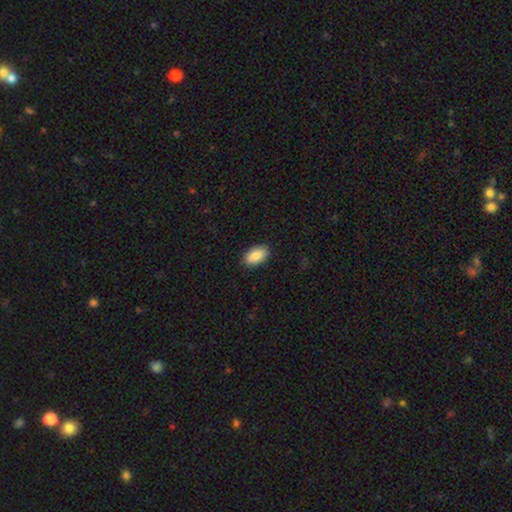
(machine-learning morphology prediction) This is clearly a smooth galaxy (86%). How rounded: clearly in between (94%). Merging: clearly none (88%).